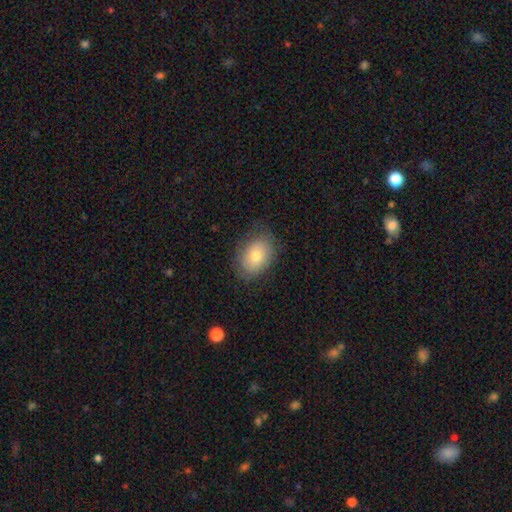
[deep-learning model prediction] The model was most divided on "how rounded": in between: 74%, round: 25%, cigar-shaped: 1%. More confident: merging — none (75%); smooth or featured — smooth (73%).